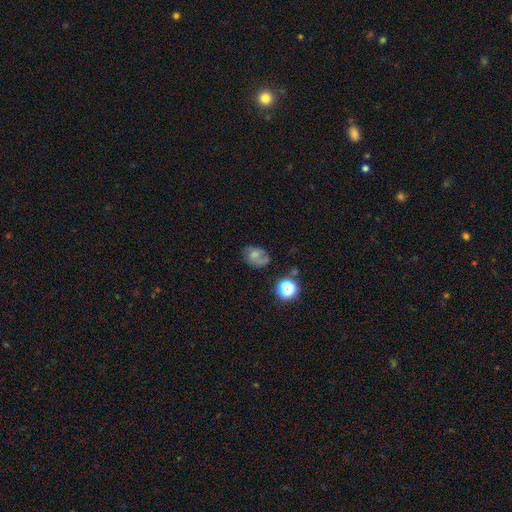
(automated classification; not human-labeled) smooth 49%, featured or disk 35%, star or artifact 16%. Down the decision tree: merging — none (54%).